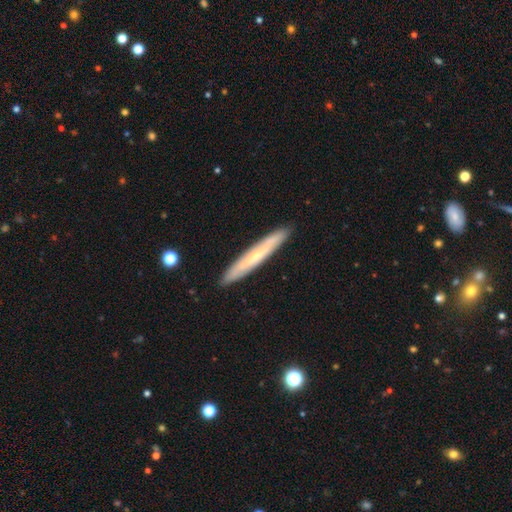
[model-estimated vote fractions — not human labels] featured or disk 49%, smooth 45%, star or artifact 6%. Down the decision tree: merging — none (90%).